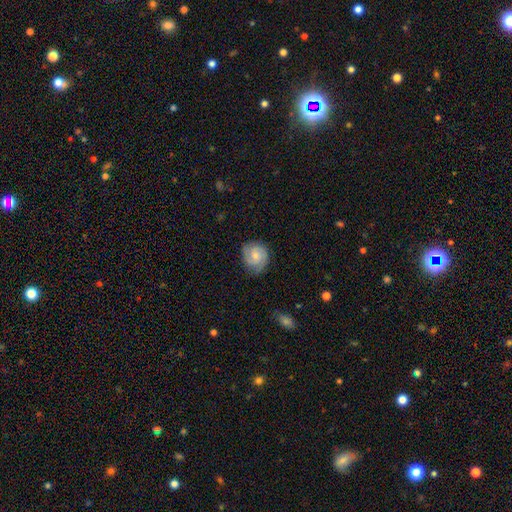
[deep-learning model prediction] A featured or disk galaxy (64%) with no bar (64%), 2 (60%) tight (55%) spiral arms (94%) and a small central bulge (52%).

Vote fractions:
- Smooth or featured? featured or disk: 64% / smooth: 29% / star or artifact: 7%
- Edge-on disk? no: 98% / yes: 2%
- Bar? no: 64% / weak: 32% / strong: 4%
- Spiral arms? yes: 94% / no: 6%
- Spiral winding? tight: 55% / medium: 36% / loose: 9%
- Spiral arm count? 2: 60% / 3: 15% / can't tell: 15% / 1: 6% / 4: 2% / more than 4: 2%
- Bulge size? small: 52% / moderate: 39% / none: 6% / large: 2% / dominant: 1%
- Merging? none: 74% / minor disturbance: 19% / major disturbance: 5% / merger: 1%